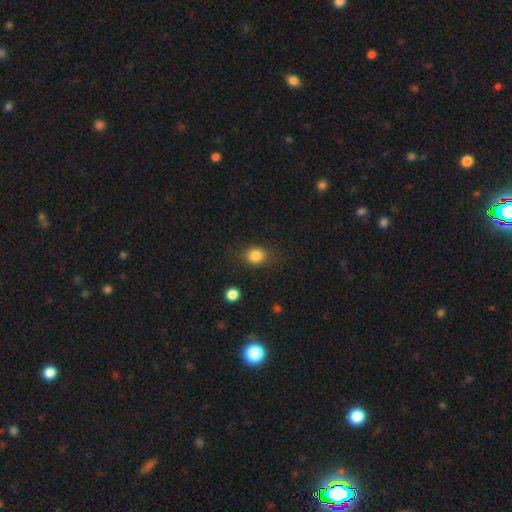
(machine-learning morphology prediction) type=smooth (84%); roundness=round (69%); merging=none (81%).